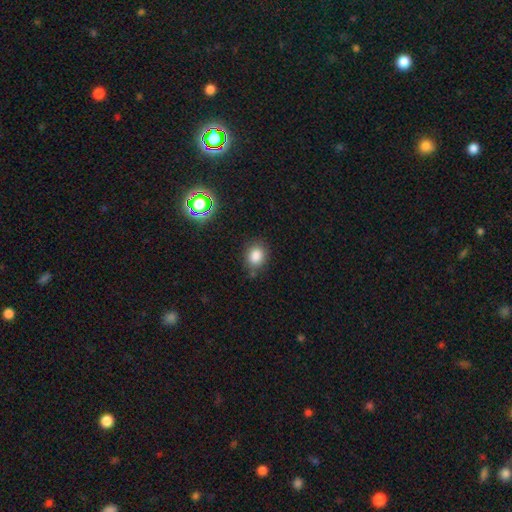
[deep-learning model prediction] Smooth or featured? smooth (83%)
How rounded? round (50%)
Merging? none (79%)